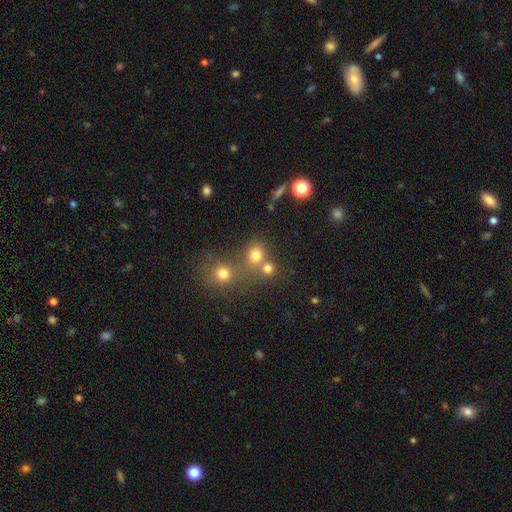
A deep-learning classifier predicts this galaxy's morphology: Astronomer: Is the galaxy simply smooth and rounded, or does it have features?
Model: smooth — 76%.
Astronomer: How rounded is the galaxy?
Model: round — 81%.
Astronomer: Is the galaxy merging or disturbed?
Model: none — 56%.